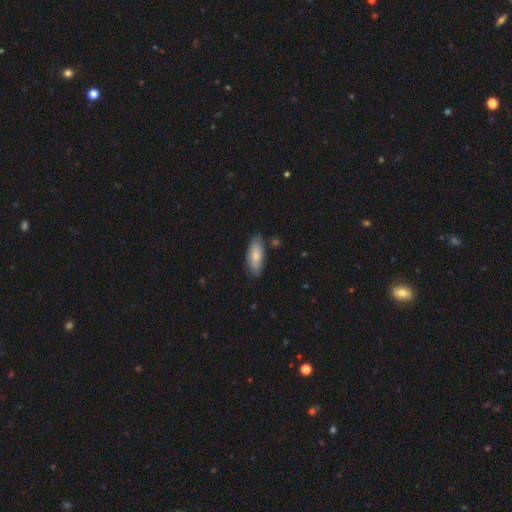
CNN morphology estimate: Q: Smooth or featured?
A: smooth (72%); runner-up: featured or disk (22%)
Q: How rounded?
A: in between (78%); runner-up: cigar-shaped (20%)
Q: Merging?
A: none (77%); runner-up: minor disturbance (18%)